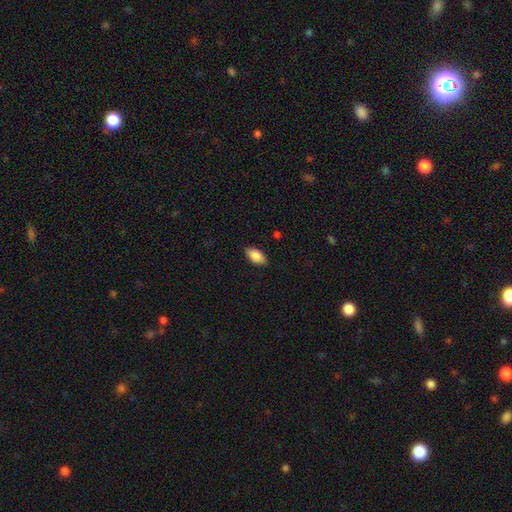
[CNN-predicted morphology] smooth 85%, featured or disk 9%, star or artifact 7%. Down the decision tree: how rounded — in between (93%); merging — none (87%).